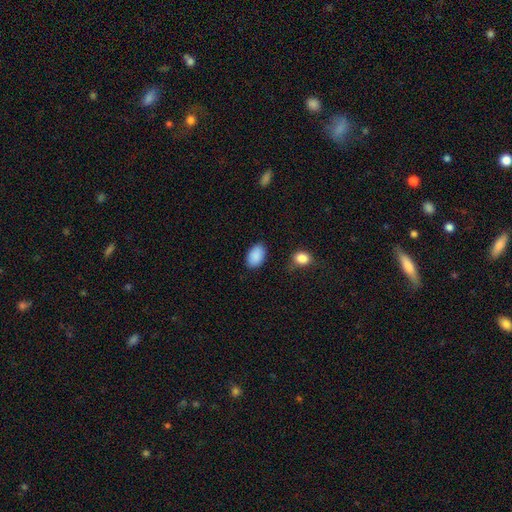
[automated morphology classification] Smooth or featured?
  - smooth: 89% *
  - star or artifact: 7%
  - featured or disk: 4%
How rounded?
  - in between: 91% *
  - round: 8%
  - cigar-shaped: 1%
Merging?
  - none: 82% *
  - minor disturbance: 13%
  - major disturbance: 3%
  - merger: 2%